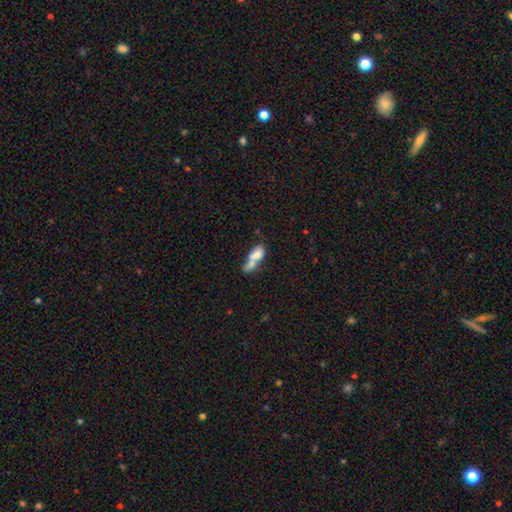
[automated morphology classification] This is likely a smooth galaxy (70%). How rounded: likely in between (74%). Merging: likely merger (67%).